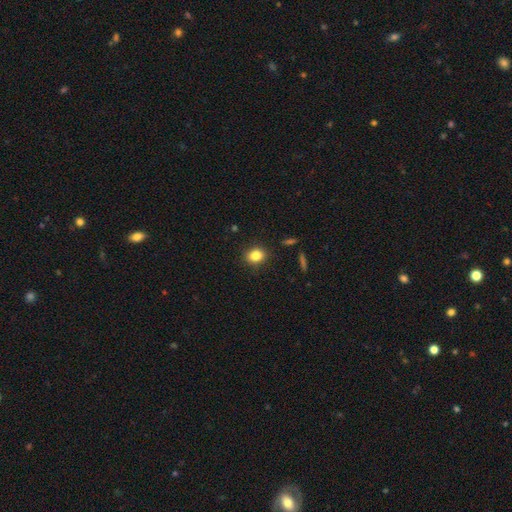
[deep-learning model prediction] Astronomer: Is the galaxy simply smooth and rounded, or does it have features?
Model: smooth — 83%.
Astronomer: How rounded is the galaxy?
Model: round — 57% (runner-up: in between, 42%).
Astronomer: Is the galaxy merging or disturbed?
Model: none — 89%.